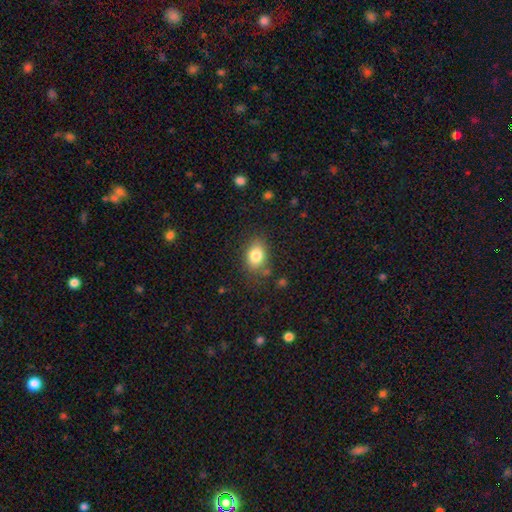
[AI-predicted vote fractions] smooth_or_featured: smooth (p=0.82) [alt: star or artifact p=0.09]
how_rounded: in between (p=0.72) [alt: round p=0.27]
merging: none (p=0.75) [alt: minor disturbance p=0.17]